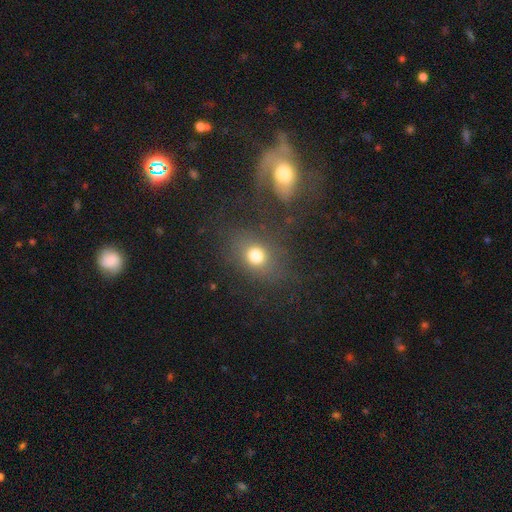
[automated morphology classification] The model was most divided on "how rounded": round: 57%, in between: 41%, cigar-shaped: 2%. More confident: smooth or featured — smooth (72%); merging — none (68%).